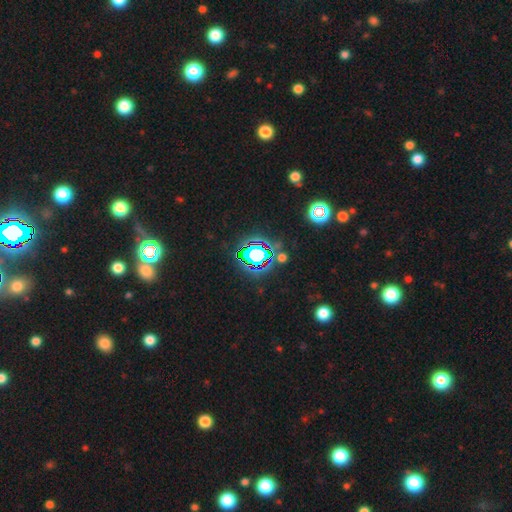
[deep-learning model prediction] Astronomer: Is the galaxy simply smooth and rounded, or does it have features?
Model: star or artifact — 77%.